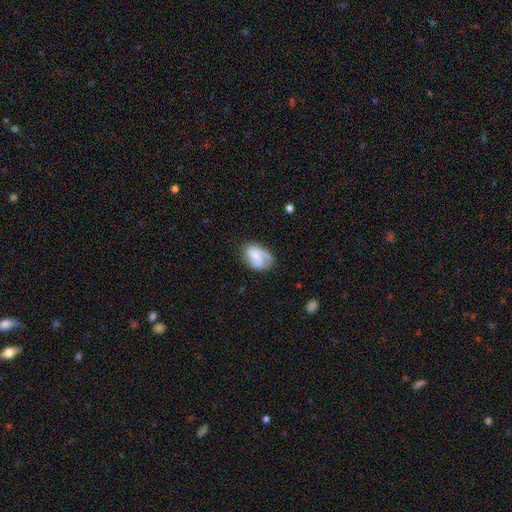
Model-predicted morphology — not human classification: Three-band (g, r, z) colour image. It shows a smooth galaxy with no disk features (56%) that is in between round and cigar-shaped (85%). Merging: none (56%).